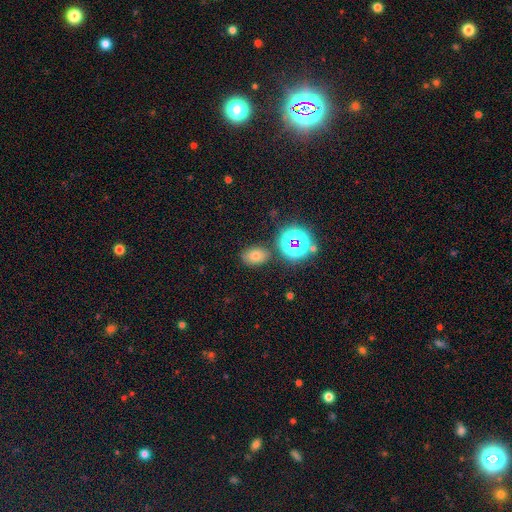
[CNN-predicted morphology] Q: Smooth or featured?
A: smooth (65%); runner-up: star or artifact (24%)
Q: How rounded?
A: in between (71%); runner-up: round (28%)
Q: Merging?
A: none (82%); runner-up: minor disturbance (11%)